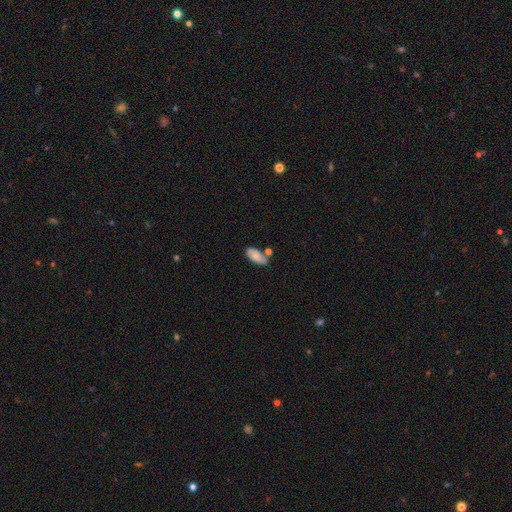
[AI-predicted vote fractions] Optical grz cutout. It shows a smooth galaxy with no disk features (76%) that is in between round and cigar-shaped (91%). Merging: none (55%).